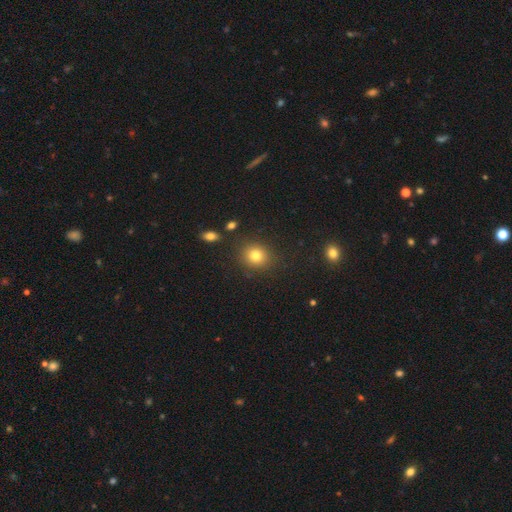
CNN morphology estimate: Smooth or featured? Predicted: smooth (p=0.80). How rounded? Predicted: round (p=0.78). Merging? Predicted: none (p=0.86).